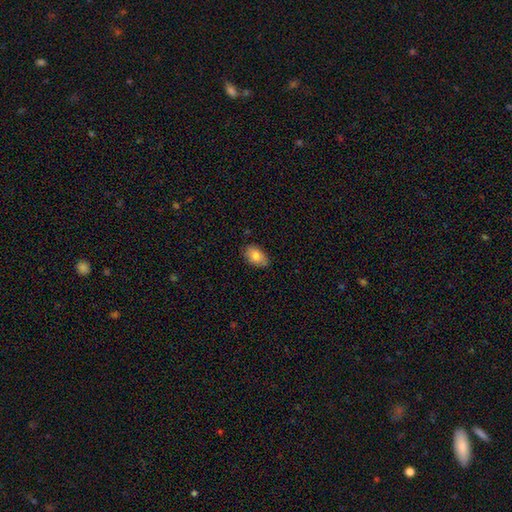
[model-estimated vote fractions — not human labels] The model was most divided on "merging": none: 82%, minor disturbance: 15%, major disturbance: 2%, merger: 1%. More confident: how rounded — in between (89%); smooth or featured — smooth (83%).